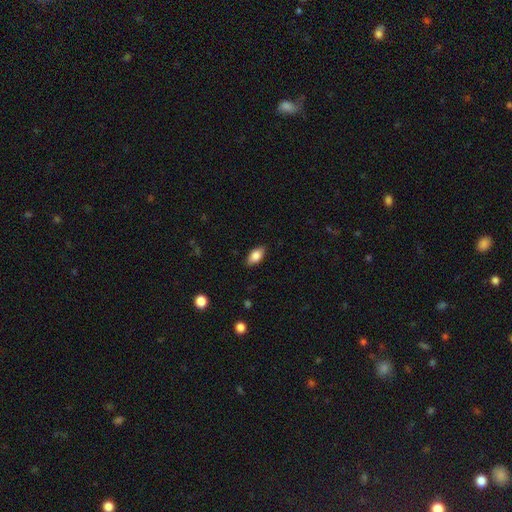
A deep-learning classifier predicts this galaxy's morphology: smooth 84%, featured or disk 9%, star or artifact 7%. Down the decision tree: how rounded — in between (91%); merging — none (86%).